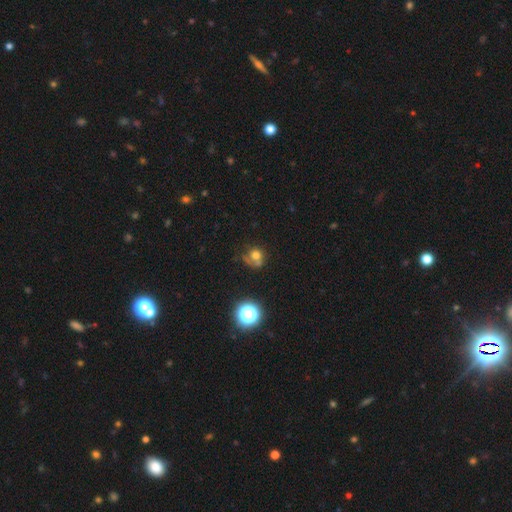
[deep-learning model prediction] Overall: smooth (65%). How rounded: round (79%). Merging: none (41%; minor disturbance 22%).